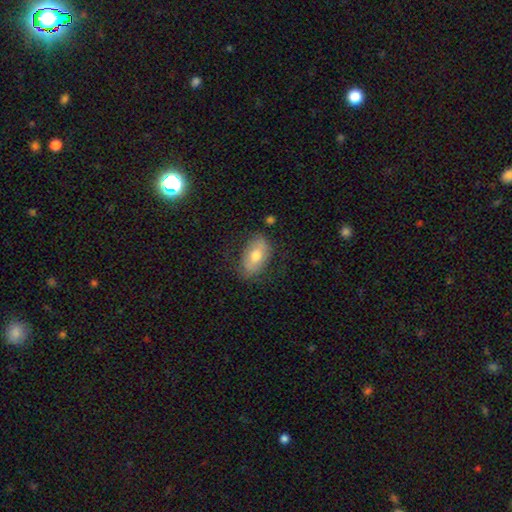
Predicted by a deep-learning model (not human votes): Q: Smooth or featured?
A: smooth (65%); runner-up: featured or disk (29%)
Q: How rounded?
A: in between (90%); runner-up: round (7%)
Q: Merging?
A: none (72%); runner-up: minor disturbance (19%)